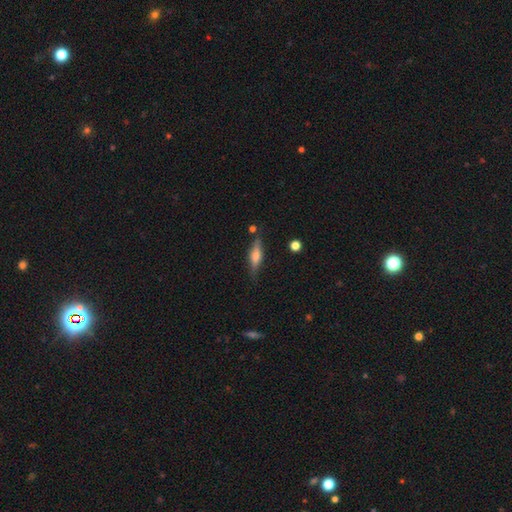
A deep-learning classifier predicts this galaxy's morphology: A featured or disk galaxy (52%) viewed edge-on (93%). Merging: none (81%).